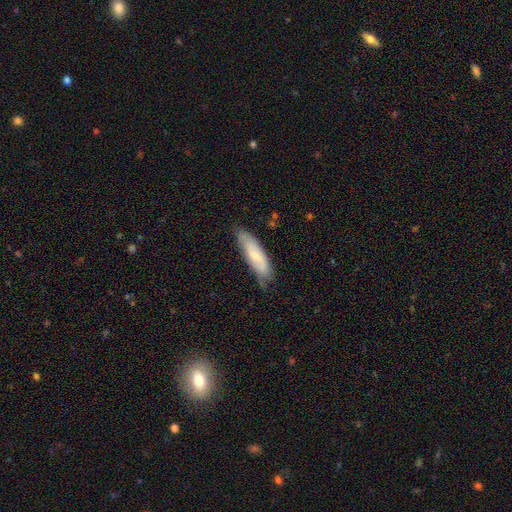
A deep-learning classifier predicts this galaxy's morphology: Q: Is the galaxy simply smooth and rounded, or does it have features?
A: smooth — 70%.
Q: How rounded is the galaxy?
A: cigar-shaped — 58%.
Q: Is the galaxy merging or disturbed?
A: none — 70%.